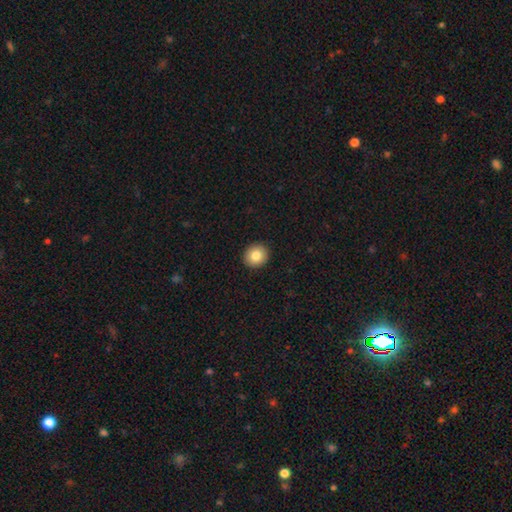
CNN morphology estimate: This appears to be a smooth galaxy with no disk features (82%) that is round (85%). Merging: none (93%).